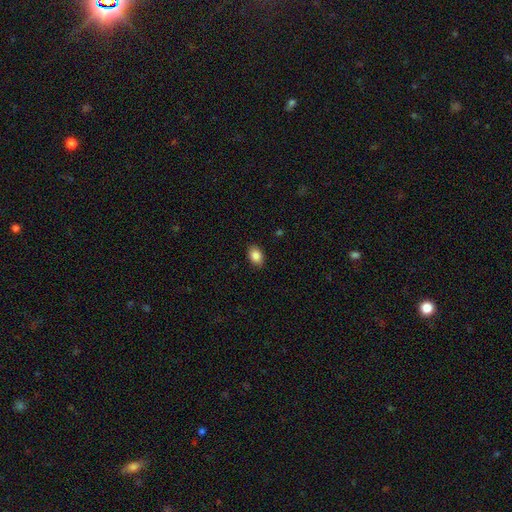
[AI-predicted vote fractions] smooth 86%, star or artifact 8%, featured or disk 6%. Down the decision tree: how rounded — in between (82%); merging — none (89%).